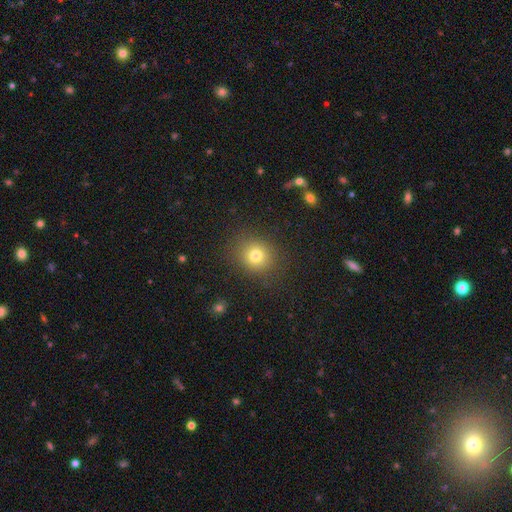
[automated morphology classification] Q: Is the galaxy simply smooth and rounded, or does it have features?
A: smooth — 77%.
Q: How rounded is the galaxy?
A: round — 78%.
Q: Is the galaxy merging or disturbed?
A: none — 85%.